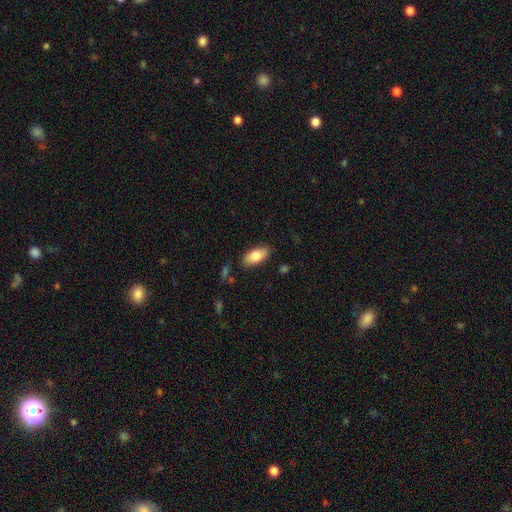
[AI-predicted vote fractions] Smooth or featured?
  - smooth: 80% *
  - featured or disk: 13%
  - star or artifact: 6%
How rounded?
  - in between: 89% *
  - cigar-shaped: 8%
  - round: 3%
Merging?
  - none: 84% *
  - minor disturbance: 12%
  - major disturbance: 2%
  - merger: 2%